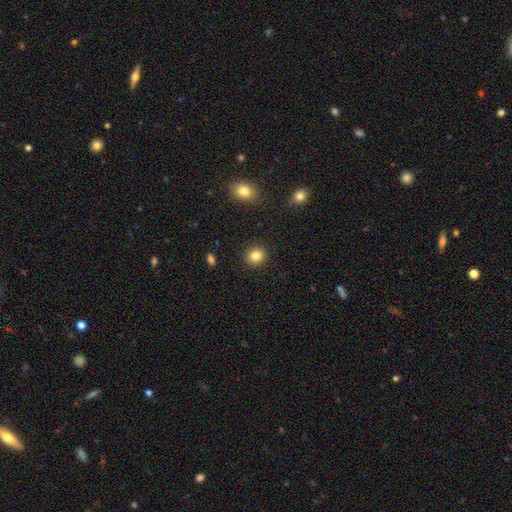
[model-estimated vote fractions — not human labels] Smooth or featured: smooth — 84% (star or artifact — 10%)
How rounded: round — 85% (in between — 14%)
Merging: none — 91% (minor disturbance — 6%)